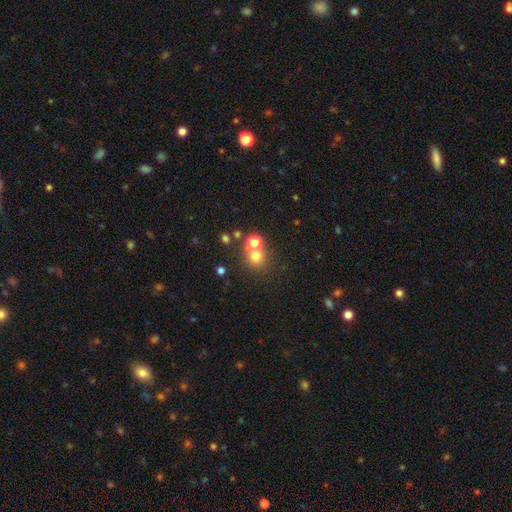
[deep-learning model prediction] The model was most divided on "merging": none: 50%, merger: 39%, minor disturbance: 7%, major disturbance: 4%. More confident: how rounded — round (84%); smooth or featured — smooth (71%).